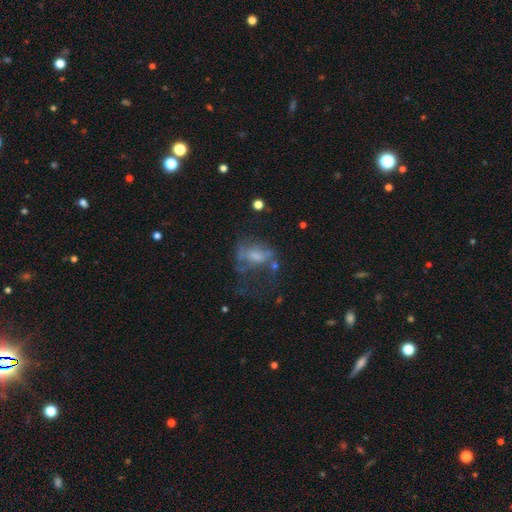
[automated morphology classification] The model was most divided on "smooth or featured": featured or disk: 46%, smooth: 34%, star or artifact: 20%. Remaining: merging — major disturbance (45%).